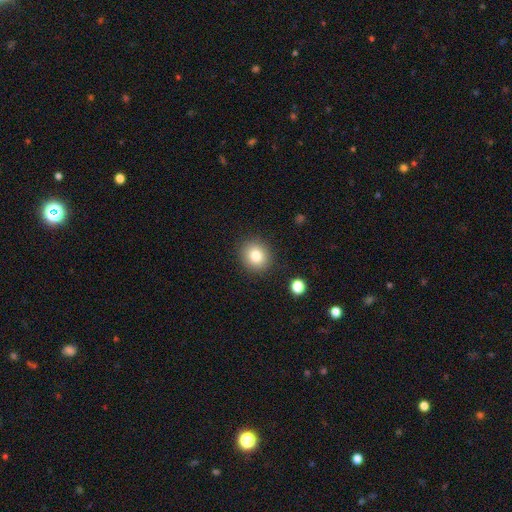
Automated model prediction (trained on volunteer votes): This is clearly a smooth galaxy (81%). How rounded: clearly round (80%). Merging: clearly none (89%).